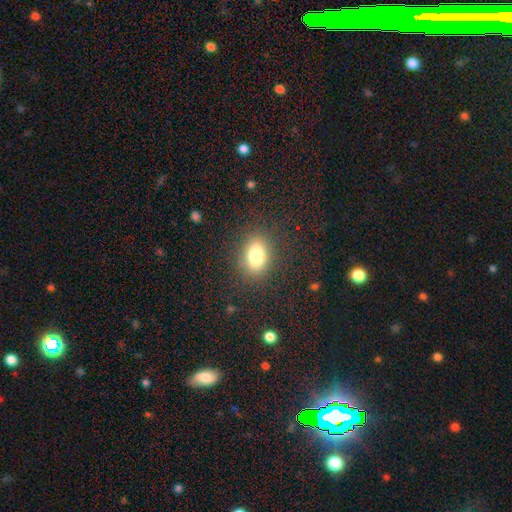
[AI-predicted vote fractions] Overall: smooth (79%). How rounded: in between (74%). Merging: none (84%).